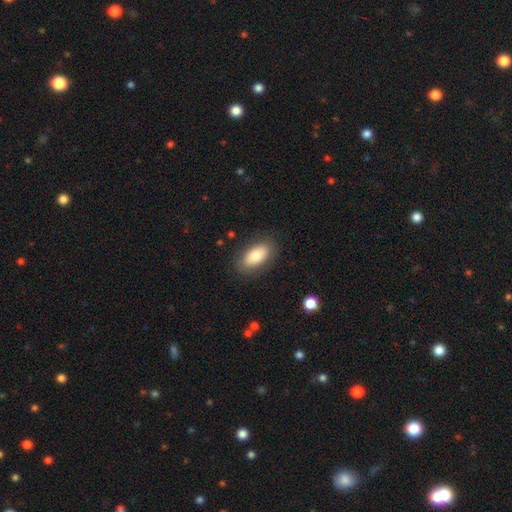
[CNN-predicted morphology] smooth 79%, featured or disk 15%, star or artifact 7%. Down the decision tree: how rounded — in between (92%); merging — none (84%).